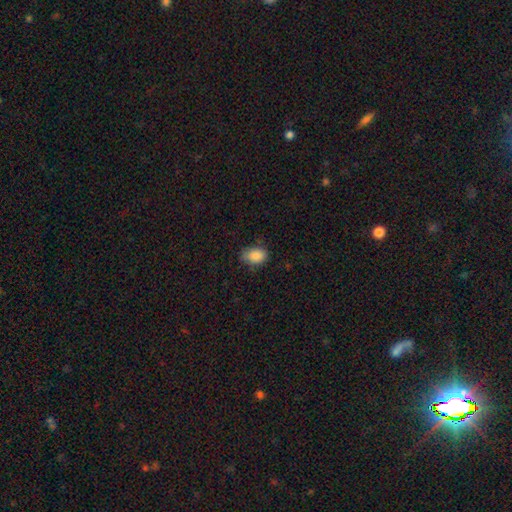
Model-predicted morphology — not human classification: Smooth or featured? smooth (87%)
How rounded? in between (81%)
Merging? none (70%)